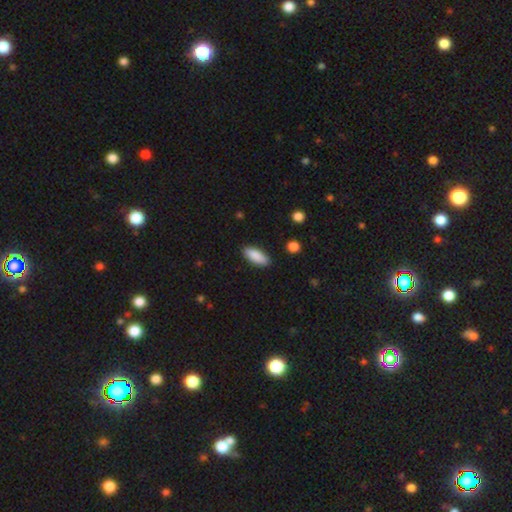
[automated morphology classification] smooth-or-featured: smooth: 89% | star or artifact: 6% | featured or disk: 5%
  how-rounded: in between: 78% | cigar-shaped: 20% | round: 2%
  merging: none: 88% | minor disturbance: 9% | major disturbance: 2% | merger: 1%